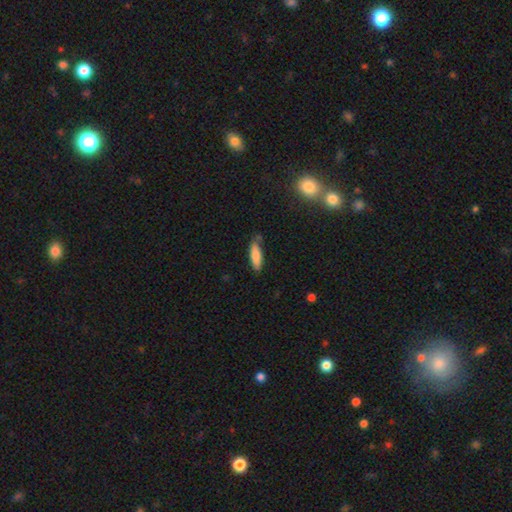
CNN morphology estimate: Smooth or featured? Predicted: smooth (p=0.81). How rounded? Predicted: cigar-shaped (p=0.55). Merging? Predicted: none (p=0.72).